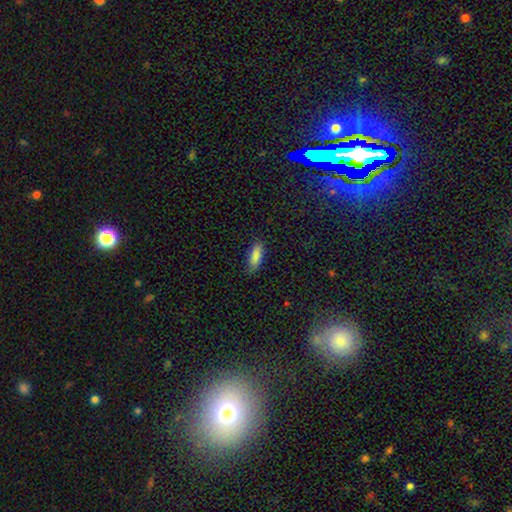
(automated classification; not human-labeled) Smooth or featured: smooth — 87% (star or artifact — 7%)
How rounded: in between — 64% (cigar-shaped — 34%)
Merging: none — 84% (minor disturbance — 12%)